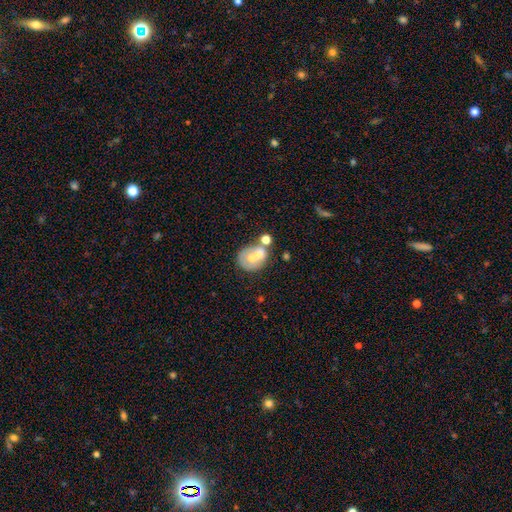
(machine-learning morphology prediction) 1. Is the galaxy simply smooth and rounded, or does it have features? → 54% smooth, 36% featured or disk, 9% star or artifact.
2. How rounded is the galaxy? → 59% round, 40% in between, 1% cigar-shaped.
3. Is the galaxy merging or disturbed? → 43% merger, 32% none, 15% minor disturbance, 10% major disturbance.